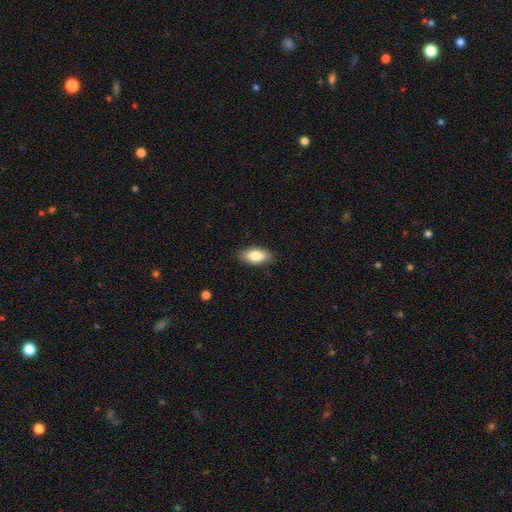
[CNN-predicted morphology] Q: Smooth or featured?
A: smooth (84%); runner-up: featured or disk (10%)
Q: How rounded?
A: in between (90%); runner-up: cigar-shaped (7%)
Q: Merging?
A: none (86%); runner-up: minor disturbance (11%)